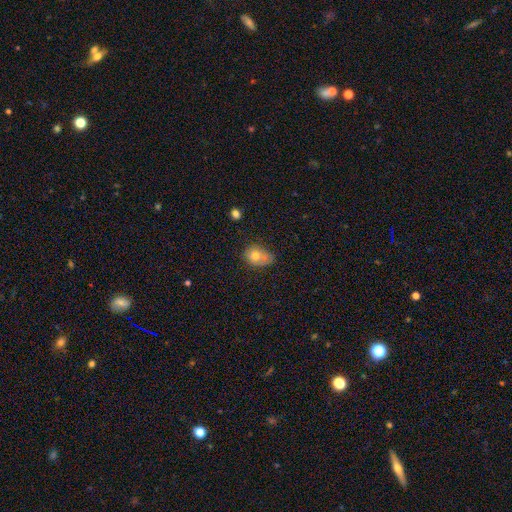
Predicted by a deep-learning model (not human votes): Smooth or featured? smooth (72%)
How rounded? in between (64%)
Merging? none (38%)